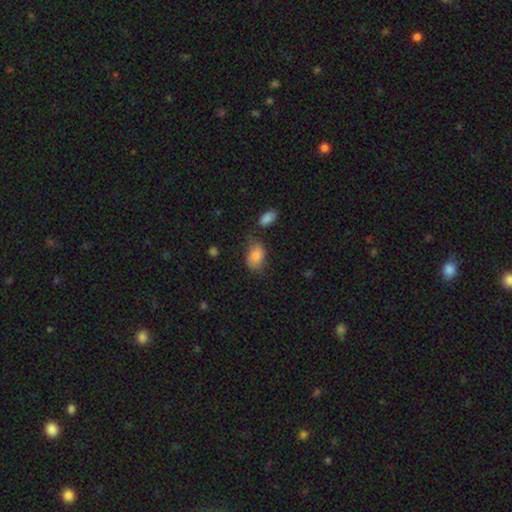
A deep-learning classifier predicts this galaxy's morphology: A smooth galaxy with no disk features (84%) that is in between round and cigar-shaped (82%).

Vote fractions:
- Smooth or featured? smooth: 84% / featured or disk: 8% / star or artifact: 8%
- How rounded? in between: 82% / round: 17% / cigar-shaped: 1%
- Merging? none: 57% / minor disturbance: 27% / major disturbance: 9% / merger: 7%